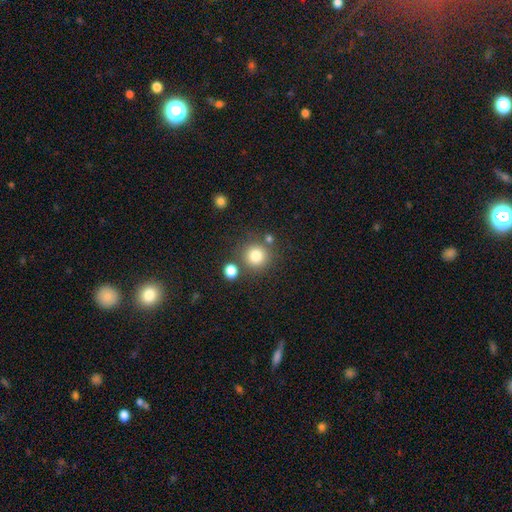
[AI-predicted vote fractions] This appears to be a smooth galaxy with no disk features (81%) that is round (93%). Merging: none (77%).